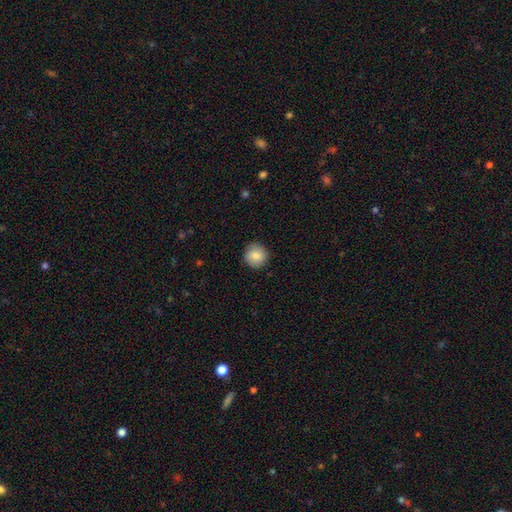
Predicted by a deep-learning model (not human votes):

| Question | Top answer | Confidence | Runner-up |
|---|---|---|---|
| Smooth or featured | smooth | 84% | featured or disk (8%) |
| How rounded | round | 93% | in between (6%) |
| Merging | none | 89% | minor disturbance (8%) |